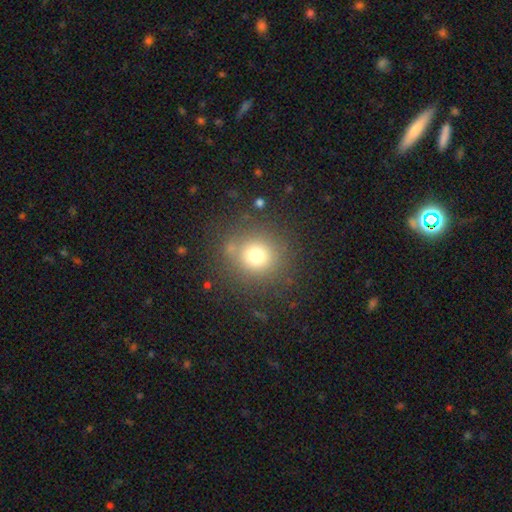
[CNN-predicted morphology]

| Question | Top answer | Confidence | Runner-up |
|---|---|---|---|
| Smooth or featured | smooth | 73% | star or artifact (17%) |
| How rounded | round | 91% | in between (9%) |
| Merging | none | 82% | minor disturbance (10%) |